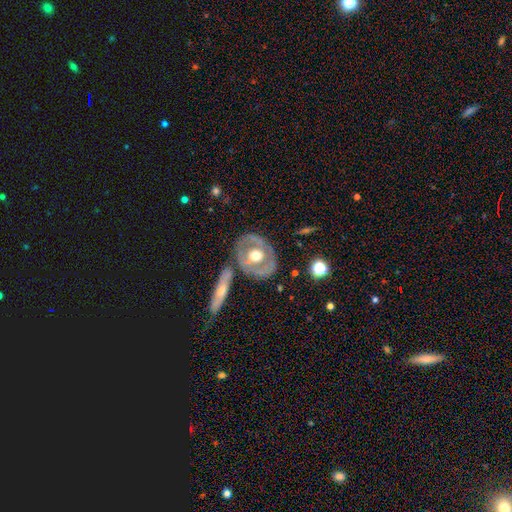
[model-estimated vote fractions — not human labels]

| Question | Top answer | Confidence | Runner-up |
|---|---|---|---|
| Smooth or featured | featured or disk | 65% | smooth (30%) |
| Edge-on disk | no | 91% | yes (9%) |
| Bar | no | 69% | weak (21%) |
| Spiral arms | no | 73% | yes (27%) |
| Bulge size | moderate | 74% | large (17%) |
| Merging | none | 70% | minor disturbance (15%) |